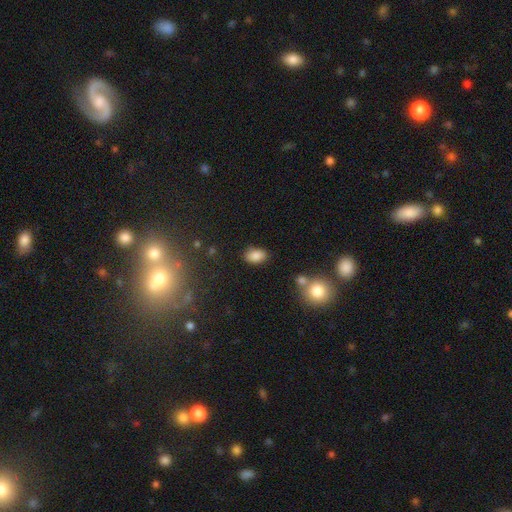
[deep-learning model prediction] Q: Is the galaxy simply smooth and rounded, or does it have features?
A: smooth — 85%.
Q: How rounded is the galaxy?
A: in between — 89%.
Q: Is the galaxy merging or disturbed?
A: none — 81%.